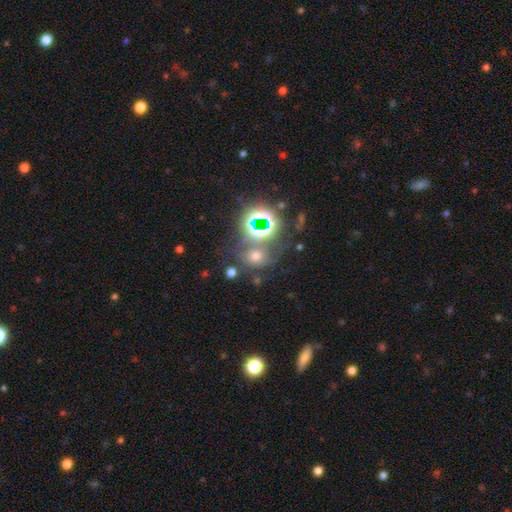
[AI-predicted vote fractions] Smooth or featured? Predicted: smooth (p=0.44). Merging? Predicted: none (p=0.61).